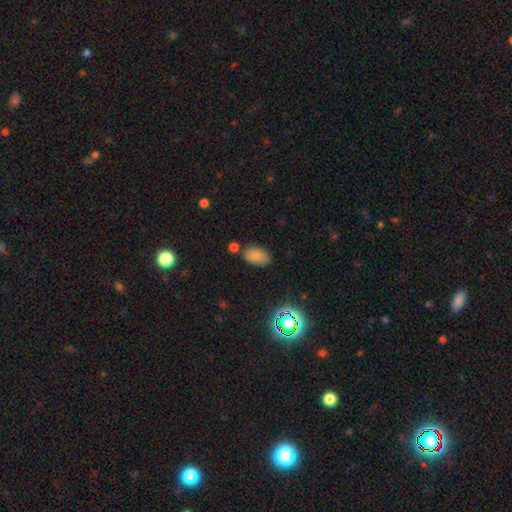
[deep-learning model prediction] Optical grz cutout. It shows a smooth galaxy with no disk features (78%) that is in between round and cigar-shaped (92%). Merging: none (75%).